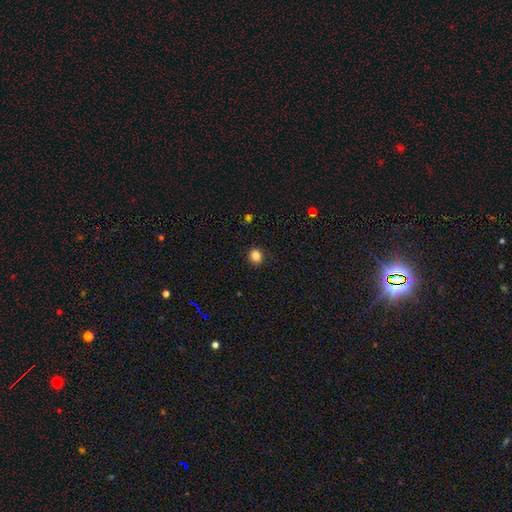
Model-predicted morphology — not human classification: Smooth or featured: smooth — 85% (star or artifact — 11%)
How rounded: round — 79% (in between — 21%)
Merging: none — 90% (minor disturbance — 7%)